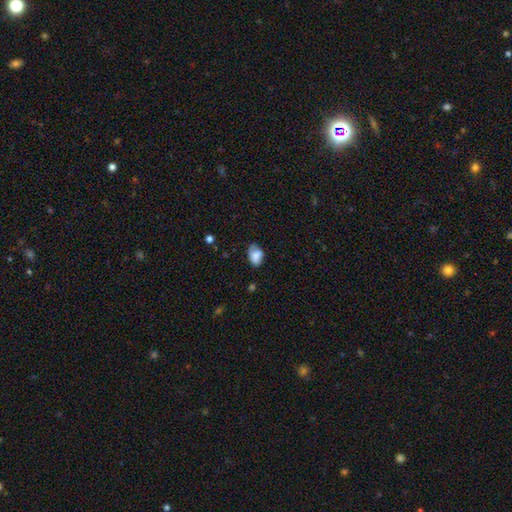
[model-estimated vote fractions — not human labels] A smooth galaxy with no disk features (79%) that is in between round and cigar-shaped (84%). Merging: none (57%).